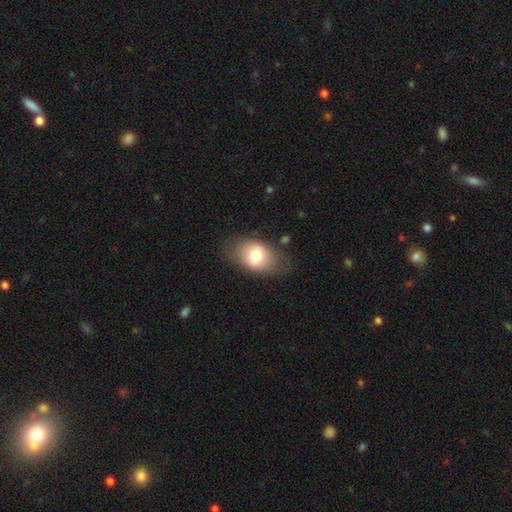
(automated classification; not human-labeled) Smooth or featured? smooth (74%)
How rounded? in between (85%)
Merging? none (75%)